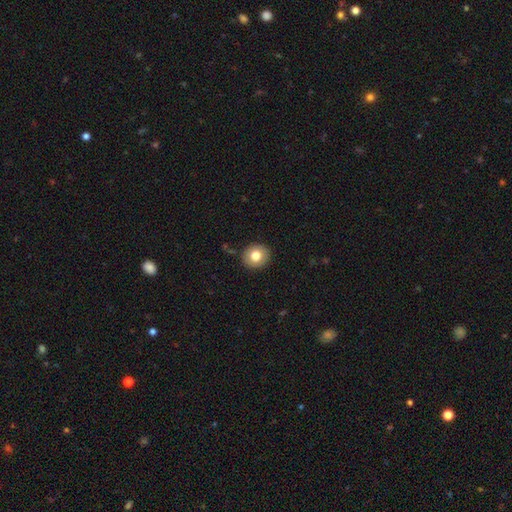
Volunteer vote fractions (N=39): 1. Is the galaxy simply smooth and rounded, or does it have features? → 79% smooth, 15% featured or disk, 5% star or artifact.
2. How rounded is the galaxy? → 74% round, 26% in between, 0% cigar-shaped.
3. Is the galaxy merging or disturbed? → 95% none, 3% minor disturbance, 3% major disturbance, 0% merger.